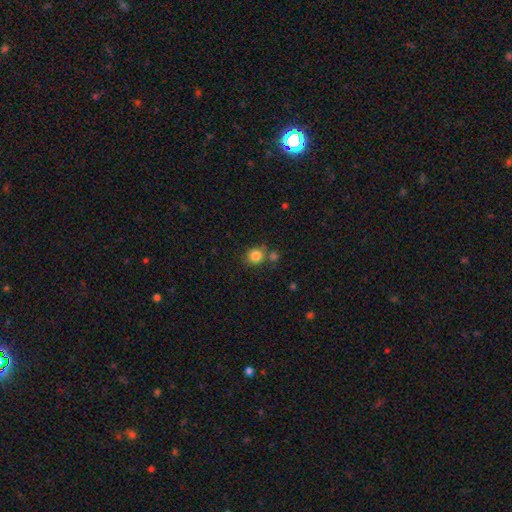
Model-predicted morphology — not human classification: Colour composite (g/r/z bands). It shows a smooth galaxy with no disk features (84%) that is round (86%). Merging: none (68%).